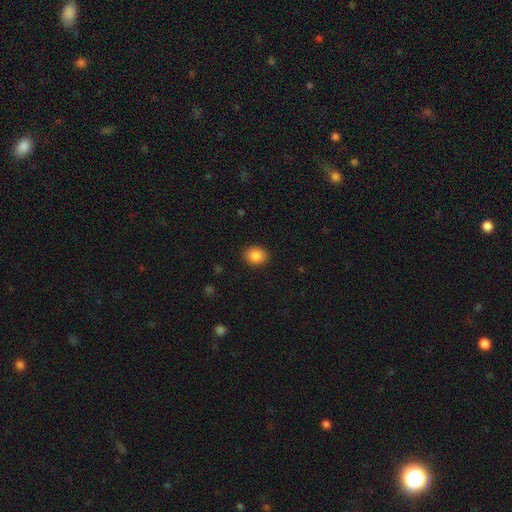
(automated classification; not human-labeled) Morphology: type=smooth (87%); roundness=round (57%); merging=none (90%).